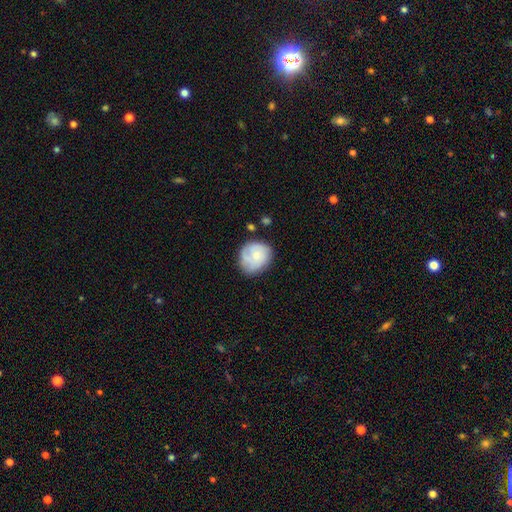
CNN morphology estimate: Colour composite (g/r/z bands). It shows a smooth galaxy with no disk features (52%) that is round (78%). Merging: none (69%).